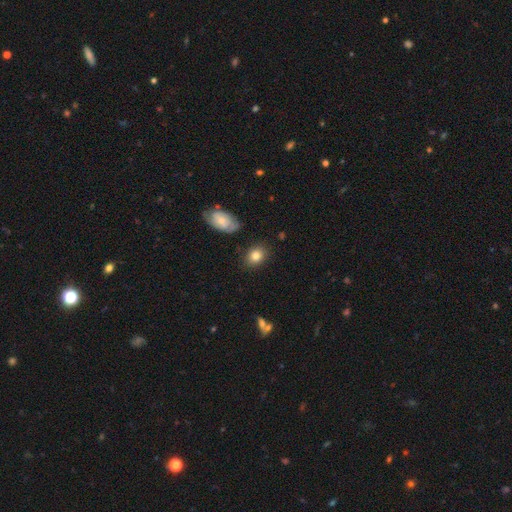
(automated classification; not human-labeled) A smooth galaxy with no disk features (80%) that is in between round and cigar-shaped (50%).

Vote fractions:
- Smooth or featured? smooth: 80% / featured or disk: 11% / star or artifact: 8%
- How rounded? in between: 50% / round: 48% / cigar-shaped: 1%
- Merging? none: 83% / minor disturbance: 12% / major disturbance: 3% / merger: 2%